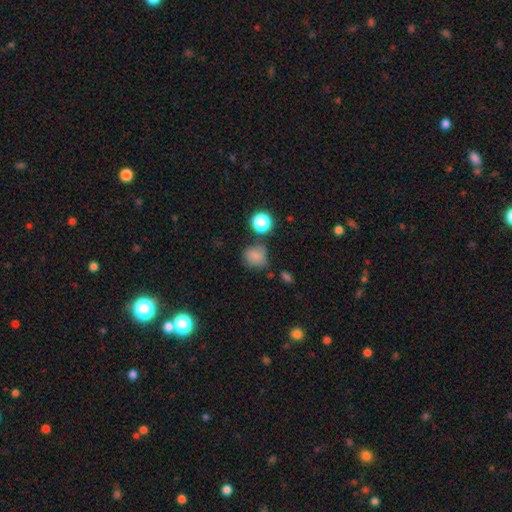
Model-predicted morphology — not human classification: Q: Smooth or featured?
A: smooth (77%); runner-up: star or artifact (15%)
Q: How rounded?
A: round (75%); runner-up: in between (24%)
Q: Merging?
A: none (67%); runner-up: minor disturbance (20%)